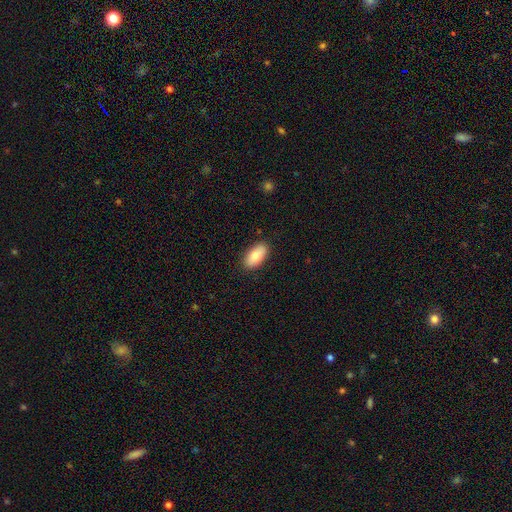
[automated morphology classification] Smooth or featured?
  - smooth: 85% *
  - featured or disk: 9%
  - star or artifact: 6%
How rounded?
  - in between: 92% *
  - cigar-shaped: 6%
  - round: 2%
Merging?
  - none: 88% *
  - minor disturbance: 9%
  - major disturbance: 2%
  - merger: 1%